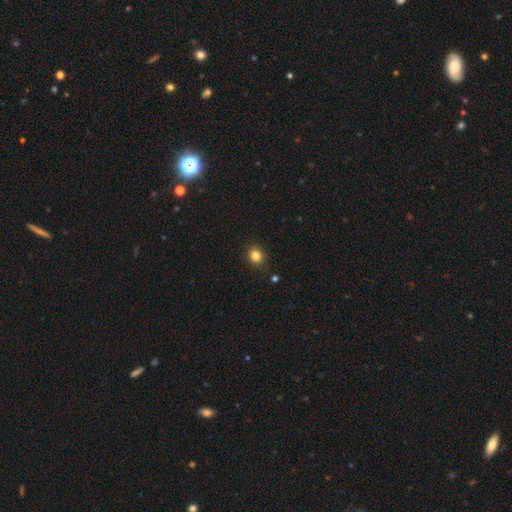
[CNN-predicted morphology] Smooth or featured? smooth (83%)
How rounded? round (77%)
Merging? none (89%)